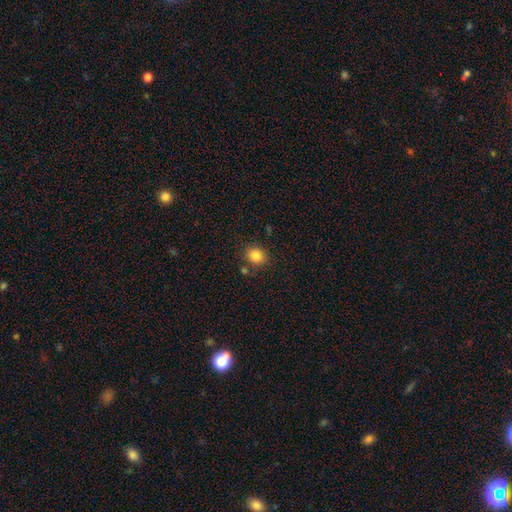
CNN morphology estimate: Smooth or featured? smooth (84%)
How rounded? round (66%)
Merging? none (77%)